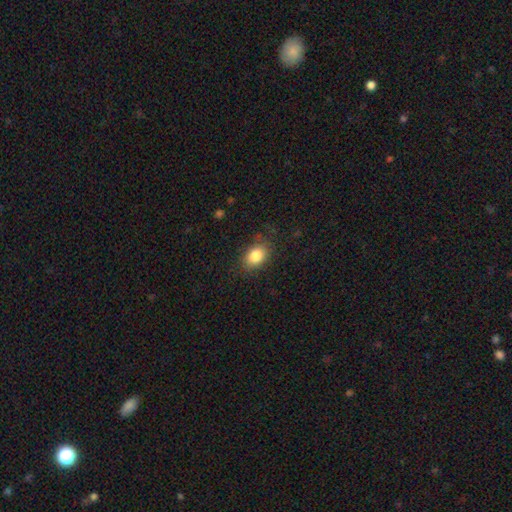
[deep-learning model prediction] Smooth or featured? smooth (84%)
How rounded? in between (76%)
Merging? none (81%)